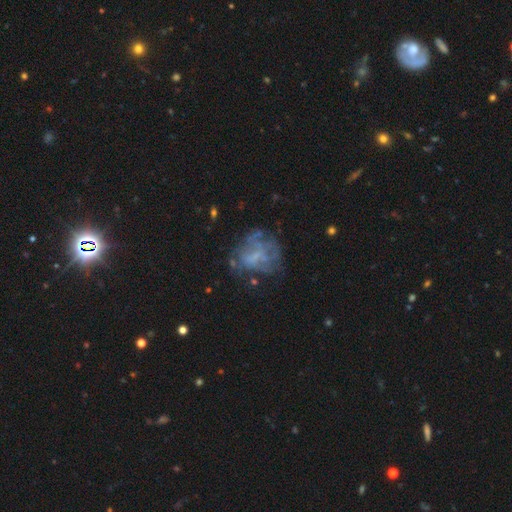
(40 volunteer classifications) Overall: featured or disk (72%). Edge-on disk: no (100%). Bar: no (83%). Spiral arms: no (66%; yes 34%). Bulge size: none (59%; small 28%). Merging: none (47%; major disturbance 36%).